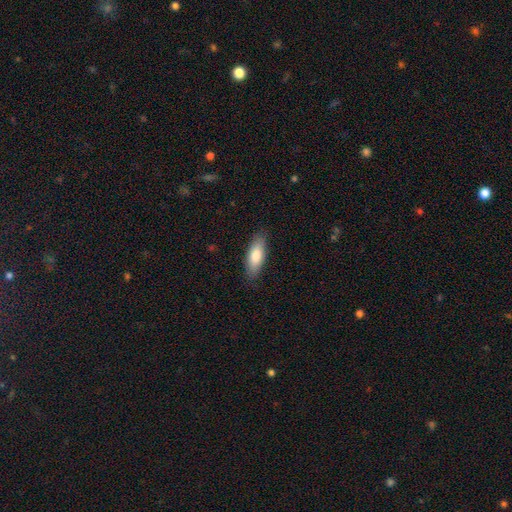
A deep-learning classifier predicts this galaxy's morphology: type=smooth (79%); roundness=in between (67%); merging=none (86%).